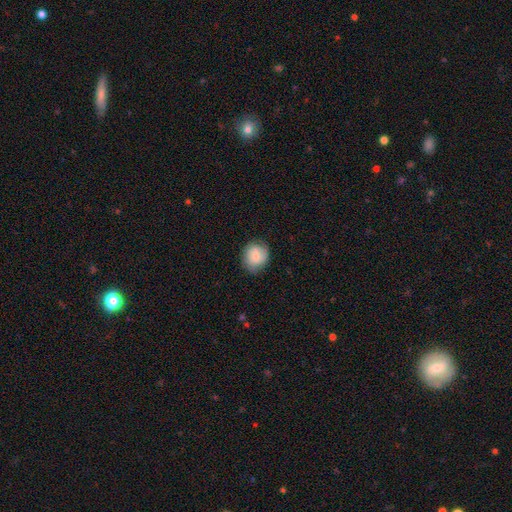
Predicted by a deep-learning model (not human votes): Morphology: type=smooth (78%); roundness=round (75%); merging=none (76%).